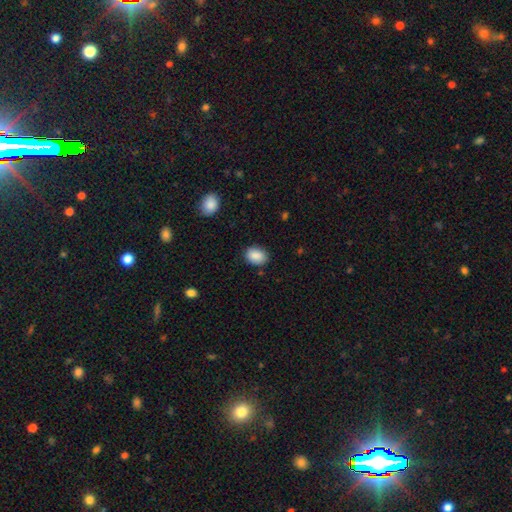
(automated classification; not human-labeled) Smooth or featured? smooth (88%)
How rounded? in between (70%)
Merging? none (85%)